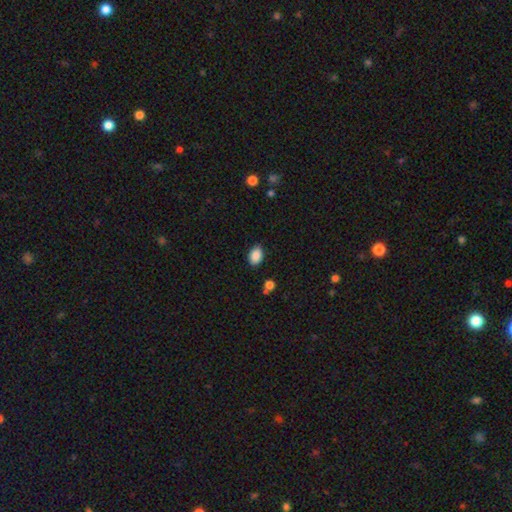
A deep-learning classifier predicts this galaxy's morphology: Smooth or featured? smooth (88%)
How rounded? in between (83%)
Merging? none (84%)